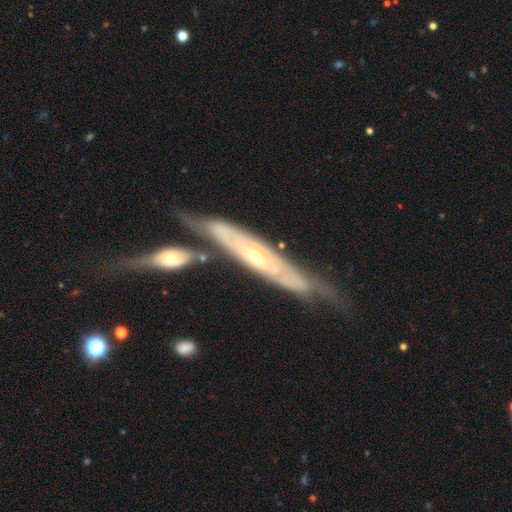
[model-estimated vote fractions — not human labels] smooth_or_featured: featured or disk (p=0.79) [alt: smooth p=0.15]
disk_edge_on: yes (p=0.50) [tied with: no p=0.50]
merging: none (p=0.55) [alt: minor disturbance p=0.19]